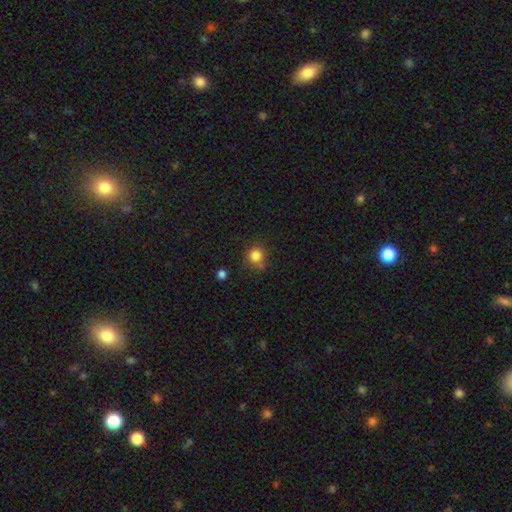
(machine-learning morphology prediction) This appears to be a smooth galaxy with no disk features (82%) that is round (87%). Merging: none (68%).